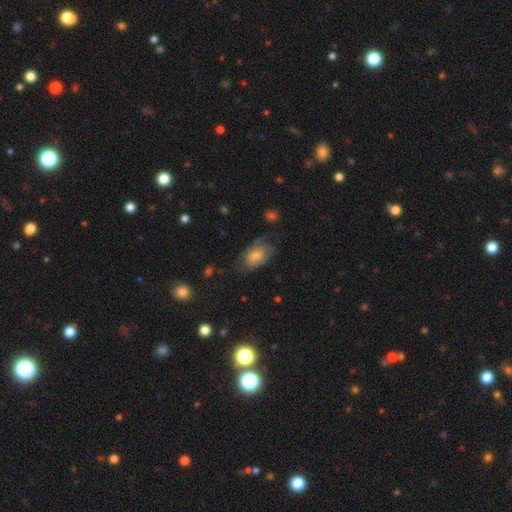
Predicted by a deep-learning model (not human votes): This is possibly a smooth galaxy (57%). How rounded: clearly in between (91%). Merging: possibly none (50%).